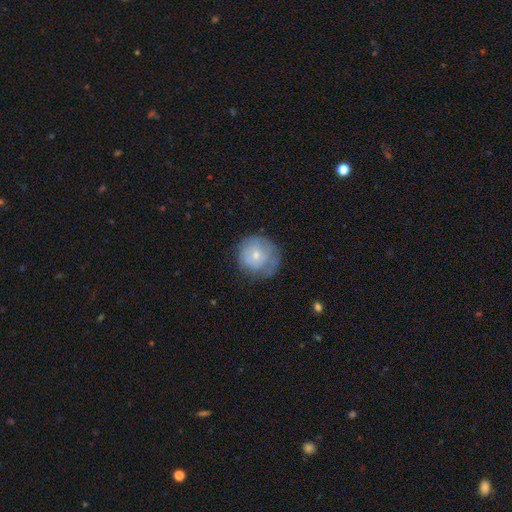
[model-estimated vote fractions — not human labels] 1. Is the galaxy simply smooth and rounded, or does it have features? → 56% smooth, 37% featured or disk, 7% star or artifact.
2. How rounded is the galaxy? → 91% round, 8% in between, 1% cigar-shaped.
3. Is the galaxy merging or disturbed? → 58% none, 28% minor disturbance, 13% major disturbance, 2% merger.